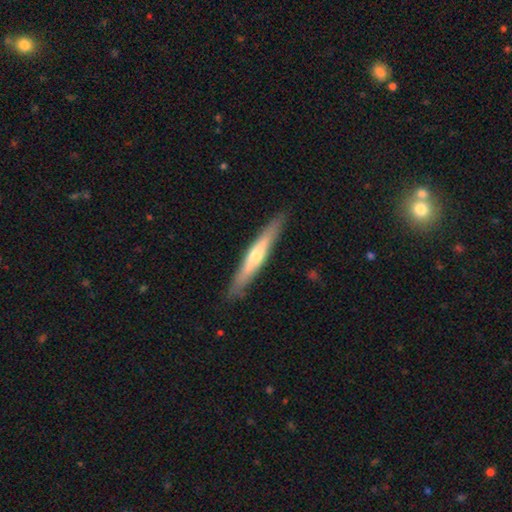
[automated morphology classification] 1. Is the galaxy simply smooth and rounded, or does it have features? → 55% featured or disk, 40% smooth, 5% star or artifact.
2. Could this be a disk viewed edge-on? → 93% yes, 7% no.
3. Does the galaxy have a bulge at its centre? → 78% rounded, 19% none, 4% boxy.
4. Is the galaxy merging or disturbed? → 89% none, 8% minor disturbance, 2% major disturbance, 1% merger.